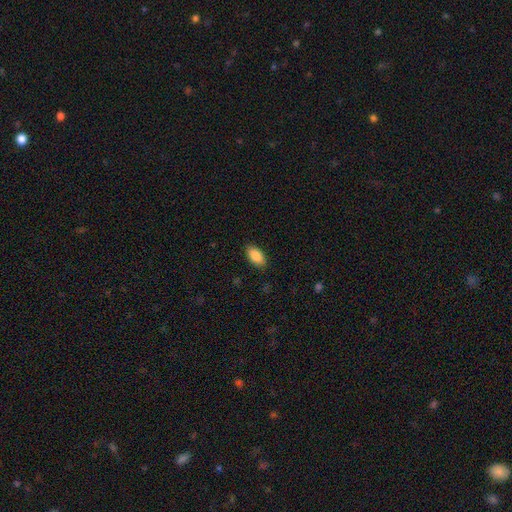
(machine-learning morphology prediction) Smooth or featured? Predicted: smooth (p=0.87). How rounded? Predicted: in between (p=0.93). Merging? Predicted: none (p=0.87).